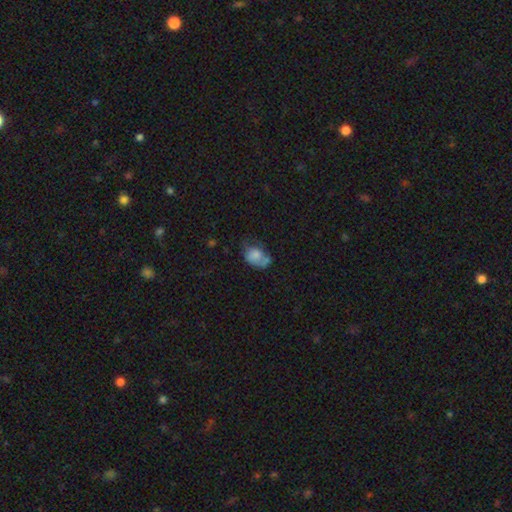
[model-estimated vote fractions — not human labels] The model was most divided on "merging": minor disturbance: 34%, none: 33%, major disturbance: 25%, merger: 9%. More confident: how rounded — in between (75%); smooth or featured — smooth (67%).